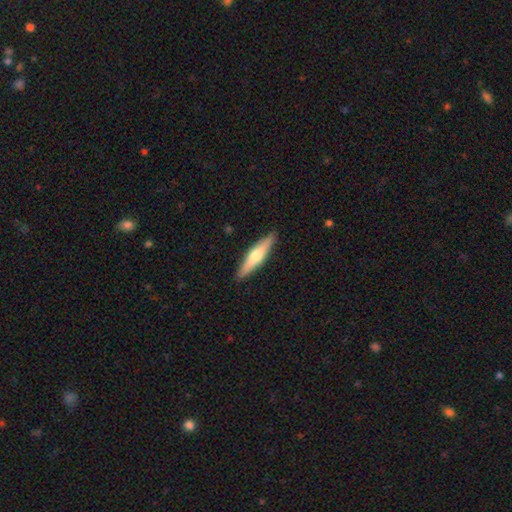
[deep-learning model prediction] A smooth galaxy with no disk features (48%).

Vote fractions:
- Smooth or featured? smooth: 48% / featured or disk: 47% / star or artifact: 5%
- Merging? none: 90% / minor disturbance: 7% / major disturbance: 1% / merger: 1%